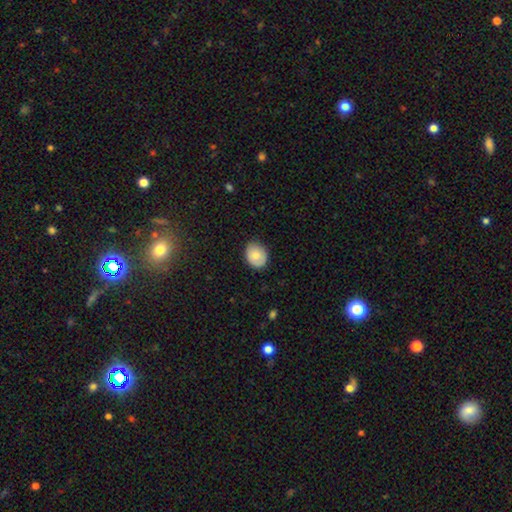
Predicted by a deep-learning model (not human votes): Overall: smooth (79%). How rounded: round (52%; in between 47%). Merging: none (79%).